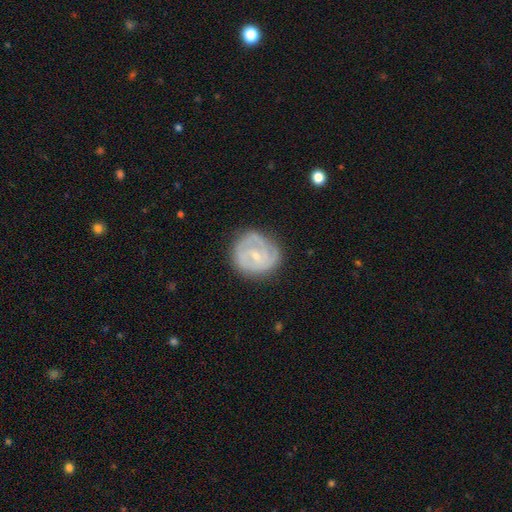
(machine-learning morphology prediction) The model was most divided on "spiral arm count": 2: 37%, can't tell: 33%, 3: 16%, 1: 7%, 4: 4%, more than 4: 3%. Remaining: edge-on disk — no (98%); spiral arms — yes (84%); merging — none (72%); smooth or featured — featured or disk (72%); bulge size — small (70%); spiral winding — tight (62%); bar — no (50%).